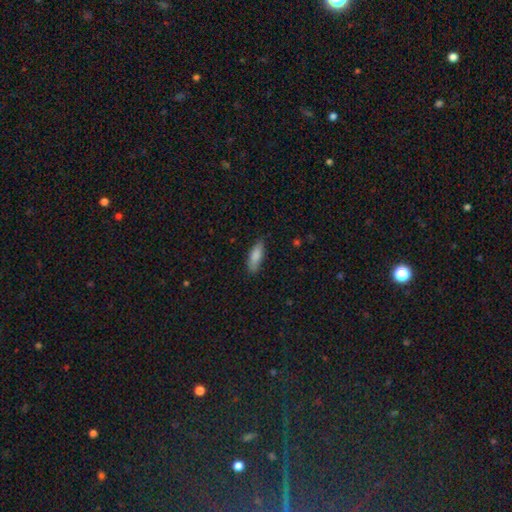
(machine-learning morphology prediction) A smooth galaxy with no disk features (85%) that is in between round and cigar-shaped (57%).

Vote fractions:
- Smooth or featured? smooth: 85% / featured or disk: 9% / star or artifact: 6%
- How rounded? in between: 57% / cigar-shaped: 41% / round: 2%
- Merging? none: 83% / minor disturbance: 14% / major disturbance: 3% / merger: 1%